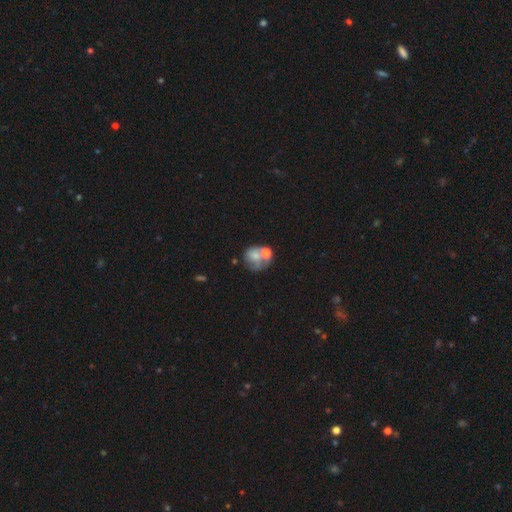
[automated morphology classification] Q: Smooth or featured?
A: smooth (57%); runner-up: featured or disk (33%)
Q: How rounded?
A: round (69%); runner-up: in between (30%)
Q: Merging?
A: merger (37%); runner-up: none (33%)